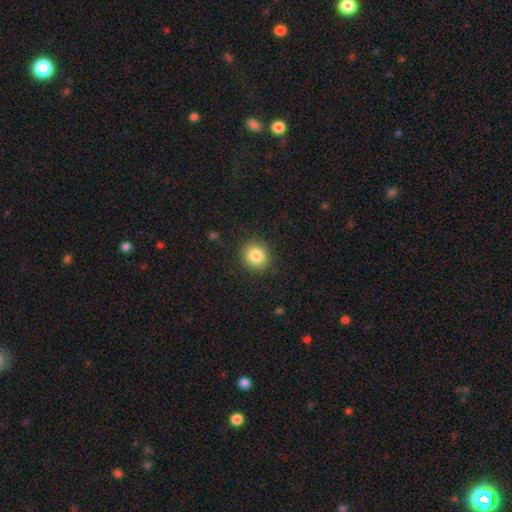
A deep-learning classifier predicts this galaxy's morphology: Overall: smooth (85%). How rounded: round (82%). Merging: none (89%).